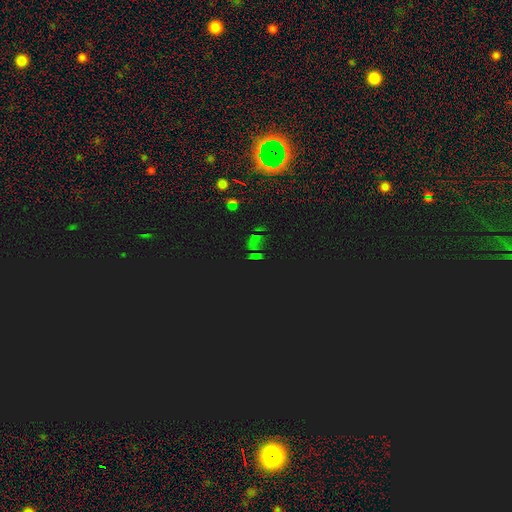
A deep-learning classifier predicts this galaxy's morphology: The model was most divided on "smooth or featured": star or artifact: 77%, smooth: 15%, featured or disk: 9%.